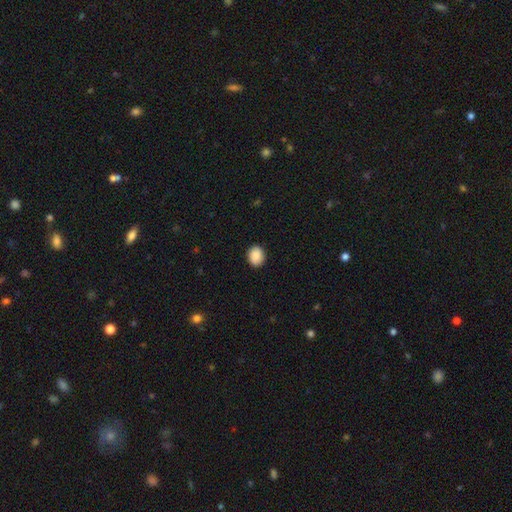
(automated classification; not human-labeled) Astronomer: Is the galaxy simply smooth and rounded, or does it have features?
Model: smooth — 90%.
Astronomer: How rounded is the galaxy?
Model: in between — 50% (runner-up: round, 49%).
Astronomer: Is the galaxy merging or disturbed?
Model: none — 89%.